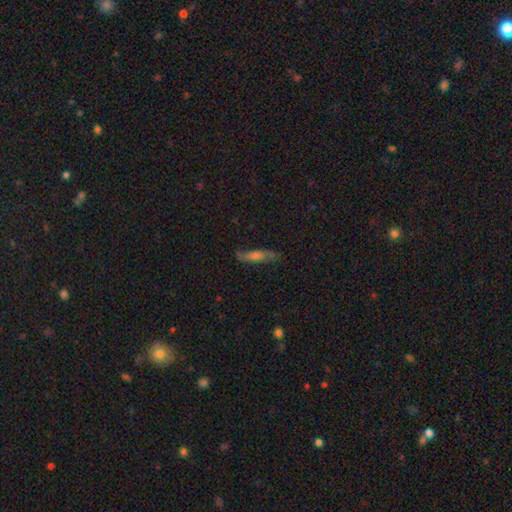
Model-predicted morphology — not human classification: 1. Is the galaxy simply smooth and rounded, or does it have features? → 50% featured or disk, 39% smooth, 10% star or artifact.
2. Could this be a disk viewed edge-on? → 58% yes, 42% no.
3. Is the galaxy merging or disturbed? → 76% none, 17% minor disturbance, 5% major disturbance, 2% merger.